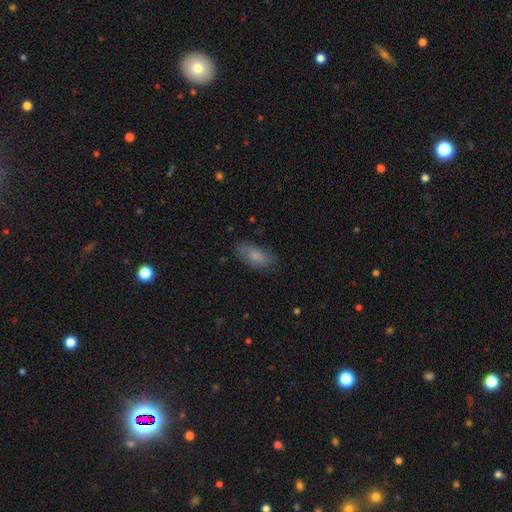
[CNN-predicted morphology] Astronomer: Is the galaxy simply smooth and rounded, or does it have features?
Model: smooth — 77%.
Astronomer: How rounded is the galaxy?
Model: in between — 86%.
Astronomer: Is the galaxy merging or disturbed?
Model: none — 77%.